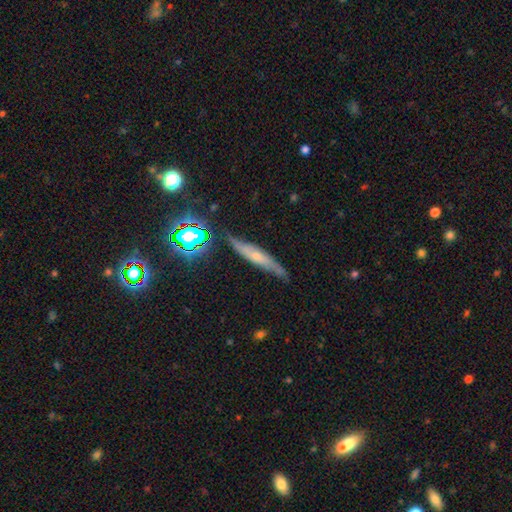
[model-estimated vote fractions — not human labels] Smooth or featured?
  - featured or disk: 48% *
  - smooth: 39%
  - star or artifact: 14%
Merging?
  - none: 71% *
  - minor disturbance: 21%
  - major disturbance: 4%
  - merger: 3%